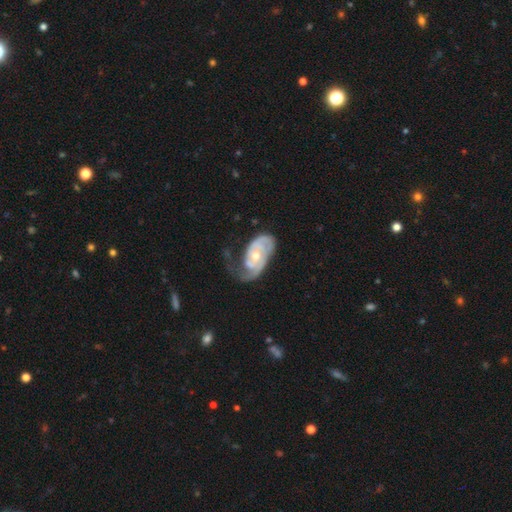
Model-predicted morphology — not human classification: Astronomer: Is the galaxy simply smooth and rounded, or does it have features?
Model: featured or disk — 83%.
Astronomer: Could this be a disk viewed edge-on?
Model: no — 96%.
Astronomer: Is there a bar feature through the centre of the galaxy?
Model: no — 72%.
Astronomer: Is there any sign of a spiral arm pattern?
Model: yes — 92%.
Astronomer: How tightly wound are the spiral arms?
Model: tight — 52% (runner-up: medium, 31%).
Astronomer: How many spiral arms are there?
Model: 2 — 43% (runner-up: 1, 31%).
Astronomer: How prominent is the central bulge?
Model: moderate — 63%.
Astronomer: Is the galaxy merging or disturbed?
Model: none — 38% (runner-up: major disturbance, 32%).